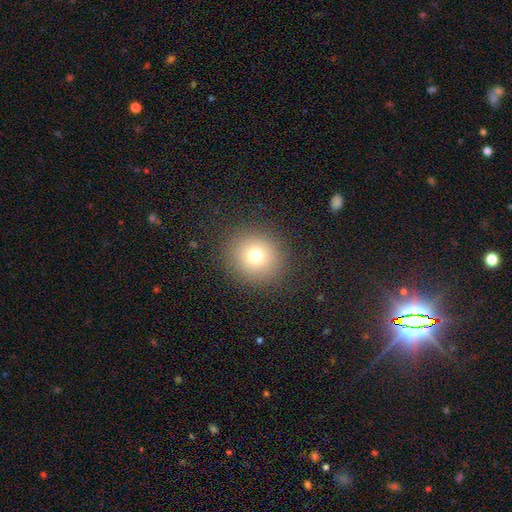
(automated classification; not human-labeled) Smooth or featured? Predicted: smooth (p=0.73). How rounded? Predicted: round (p=0.92). Merging? Predicted: none (p=0.89).